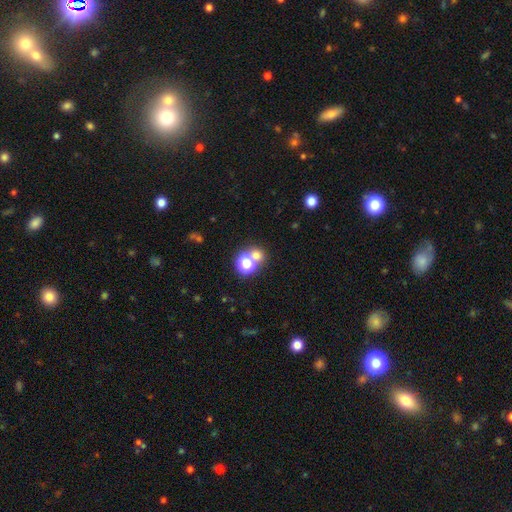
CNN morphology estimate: Smooth or featured? smooth (63%)
How rounded? round (80%)
Merging? none (53%)